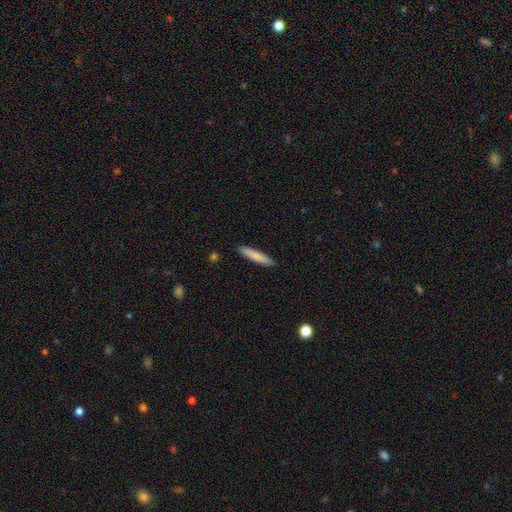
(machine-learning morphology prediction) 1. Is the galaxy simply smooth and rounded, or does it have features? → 81% smooth, 14% featured or disk, 6% star or artifact.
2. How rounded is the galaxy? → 90% cigar-shaped, 9% in between, 1% round.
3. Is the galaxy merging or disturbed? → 90% none, 7% minor disturbance, 2% major disturbance, 1% merger.